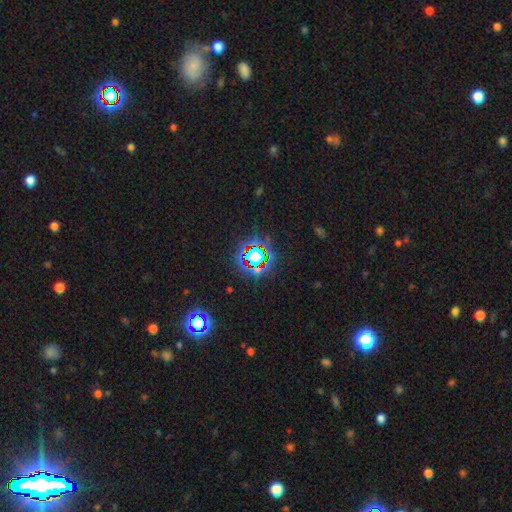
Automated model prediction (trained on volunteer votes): Smooth or featured? Predicted: star or artifact (p=0.70).